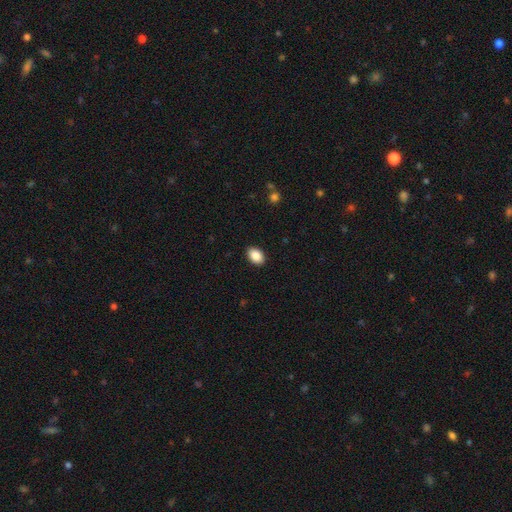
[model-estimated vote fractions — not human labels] This is clearly a smooth galaxy (89%). How rounded: clearly in between (86%). Merging: clearly none (90%).